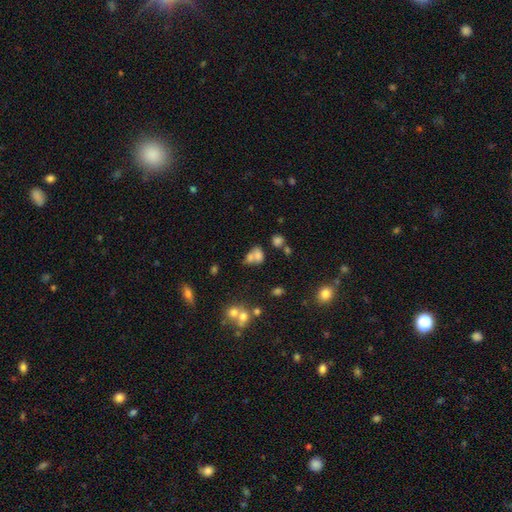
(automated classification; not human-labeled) Smooth or featured? Predicted: smooth (p=0.68). How rounded? Predicted: in between (p=0.62). Merging? Predicted: merger (p=0.56).